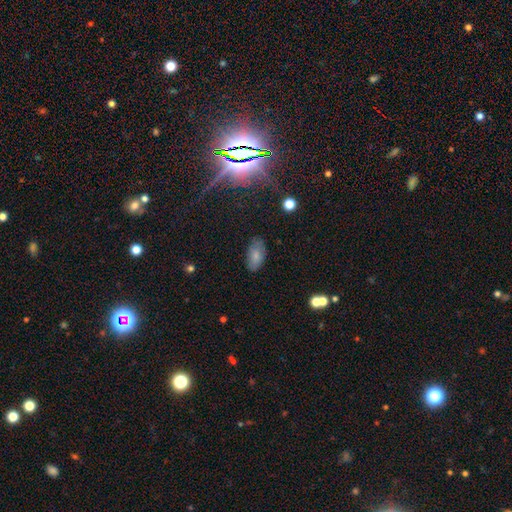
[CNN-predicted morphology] A smooth galaxy with no disk features (79%) that is in between round and cigar-shaped (94%).

Vote fractions:
- Smooth or featured? smooth: 79% / featured or disk: 13% / star or artifact: 8%
- How rounded? in between: 94% / round: 3% / cigar-shaped: 3%
- Merging? none: 77% / minor disturbance: 18% / major disturbance: 4% / merger: 1%